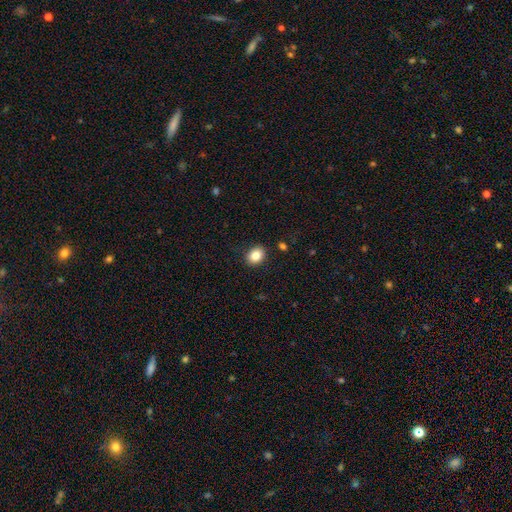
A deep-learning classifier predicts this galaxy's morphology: This appears to be a smooth galaxy with no disk features (85%) that is in between round and cigar-shaped (58%). Merging: none (89%).